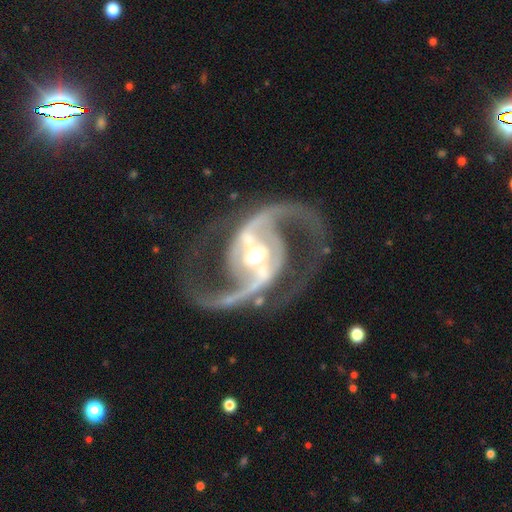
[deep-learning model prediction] Smooth or featured?
  - featured or disk: 93% *
  - star or artifact: 4%
  - smooth: 3%
Edge-on disk?
  - no: 98% *
  - yes: 2%
Bar?
  - strong: 57% *
  - weak: 30%
  - no: 13%
Spiral arms?
  - yes: 98% *
  - no: 2%
Spiral winding?
  - medium: 59% *
  - loose: 28%
  - tight: 13%
Spiral arm count?
  - 2: 93% *
  - can't tell: 2%
  - 3: 2%
  - 1: 1%
  - 4: 1%
  - more than 4: 1%
Bulge size?
  - moderate: 63% *
  - small: 25%
  - large: 10%
  - none: 1%
  - dominant: 1%
Merging?
  - none: 70% *
  - major disturbance: 13%
  - minor disturbance: 13%
  - merger: 4%